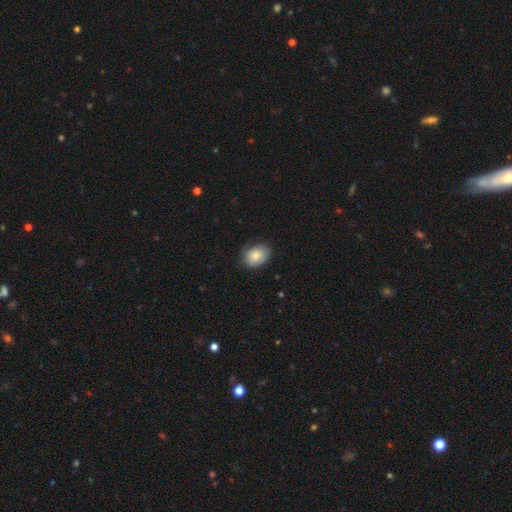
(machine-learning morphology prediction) This appears to be a smooth galaxy with no disk features (80%) that is in between round and cigar-shaped (67%). Merging: none (74%).